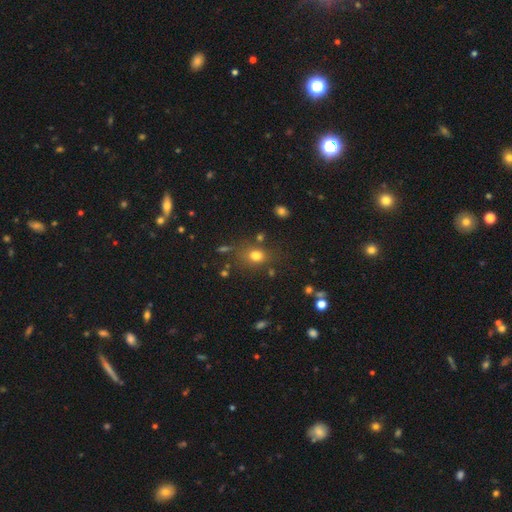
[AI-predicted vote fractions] Smooth or featured? smooth (76%)
How rounded? in between (51%)
Merging? none (72%)